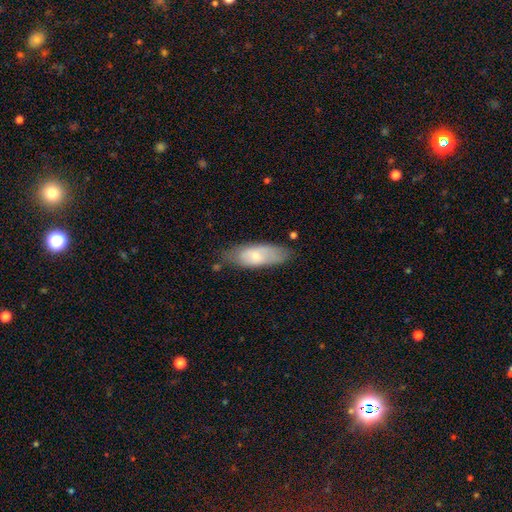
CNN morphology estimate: A smooth galaxy with no disk features (66%) that is in between round and cigar-shaped (71%).

Vote fractions:
- Smooth or featured? smooth: 66% / featured or disk: 28% / star or artifact: 6%
- How rounded? in between: 71% / cigar-shaped: 27% / round: 2%
- Merging? none: 69% / minor disturbance: 23% / major disturbance: 5% / merger: 3%